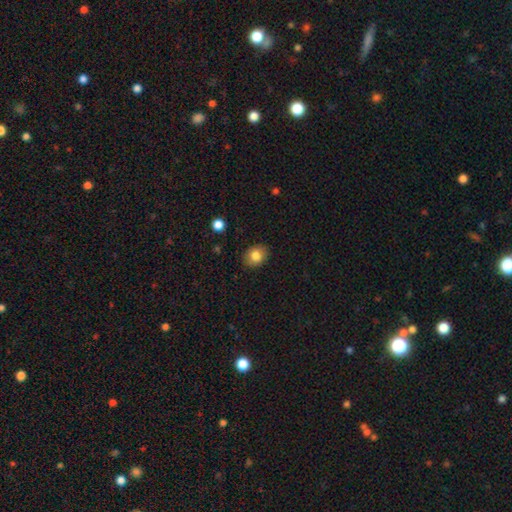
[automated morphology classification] This is clearly a smooth galaxy (82%). How rounded: possibly round (50%). Merging: clearly none (88%).